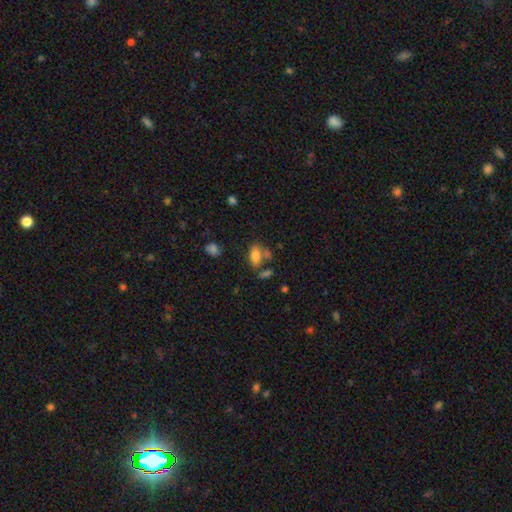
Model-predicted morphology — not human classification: Smooth or featured? smooth (75%)
How rounded? in between (85%)
Merging? none (55%)